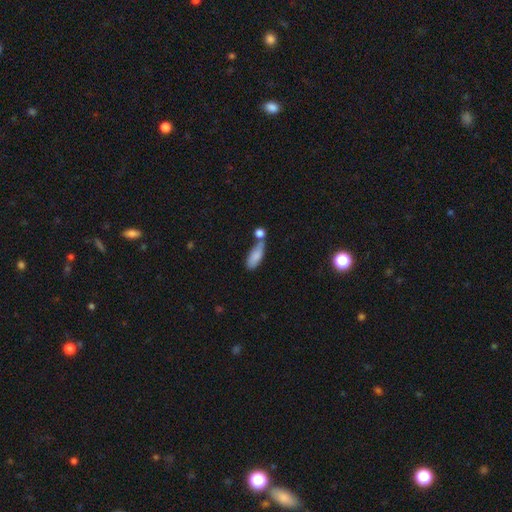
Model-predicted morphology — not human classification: type=smooth (83%); roundness=in between (69%); merging=none (45%).